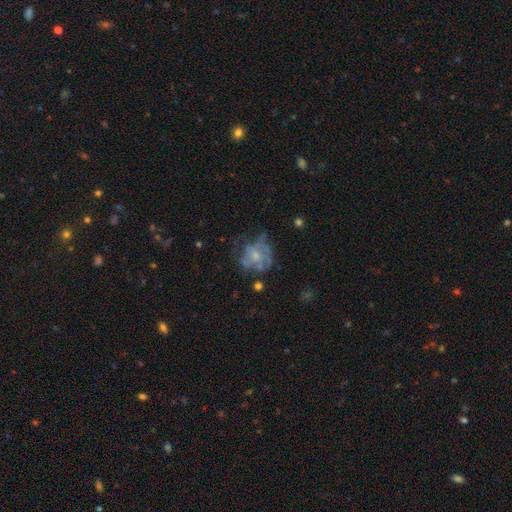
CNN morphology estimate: Smooth or featured? featured or disk (54%)
Edge-on disk? no (97%)
Bar? no (86%)
Spiral arms? no (66%)
Bulge size? small (49%)
Merging? none (39%)